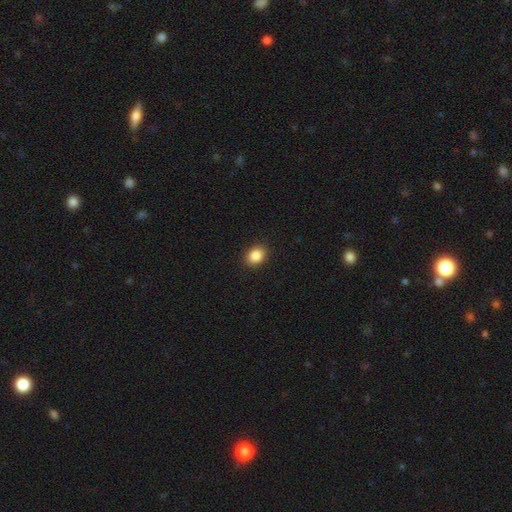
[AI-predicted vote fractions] Smooth or featured? smooth (87%)
How rounded? in between (61%)
Merging? none (90%)